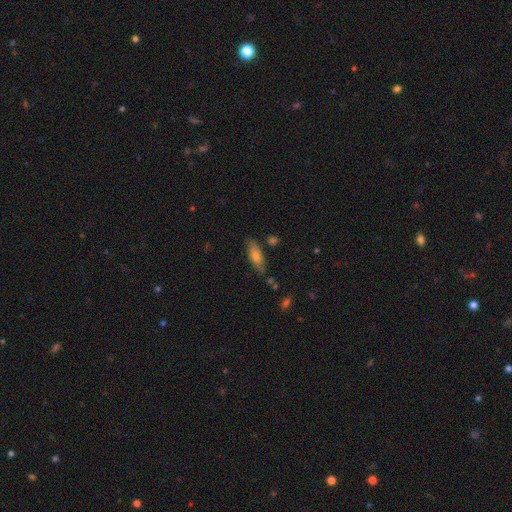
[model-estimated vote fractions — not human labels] Smooth or featured? smooth (67%)
How rounded? in between (58%)
Merging? none (78%)